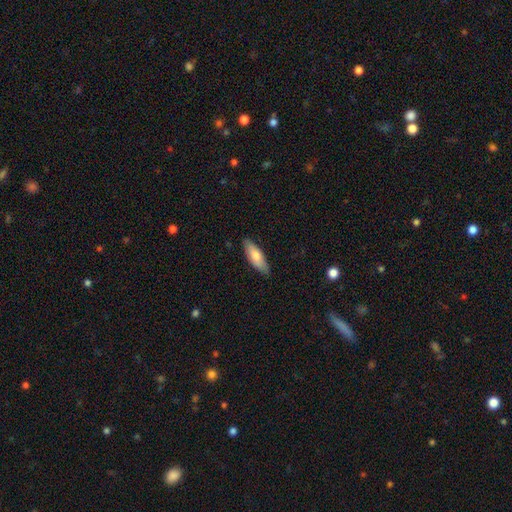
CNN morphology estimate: A smooth galaxy with no disk features (72%) that is in between round and cigar-shaped (56%).

Vote fractions:
- Smooth or featured? smooth: 72% / featured or disk: 22% / star or artifact: 6%
- How rounded? in between: 56% / cigar-shaped: 42% / round: 2%
- Merging? none: 86% / minor disturbance: 11% / major disturbance: 2% / merger: 1%